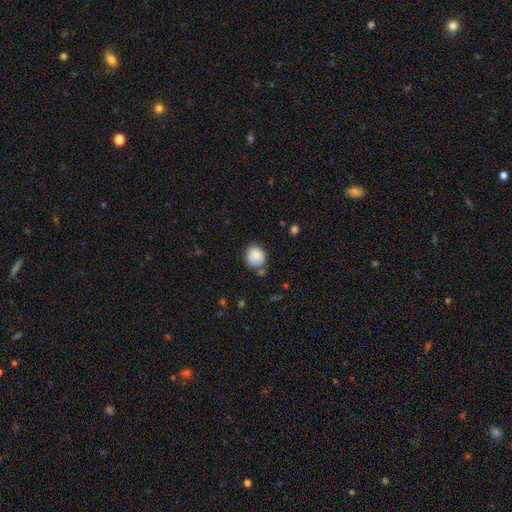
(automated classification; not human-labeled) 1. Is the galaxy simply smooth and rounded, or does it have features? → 86% smooth, 8% star or artifact, 7% featured or disk.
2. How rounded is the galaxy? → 72% round, 27% in between, 1% cigar-shaped.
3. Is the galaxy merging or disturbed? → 71% none, 17% minor disturbance, 8% merger, 4% major disturbance.